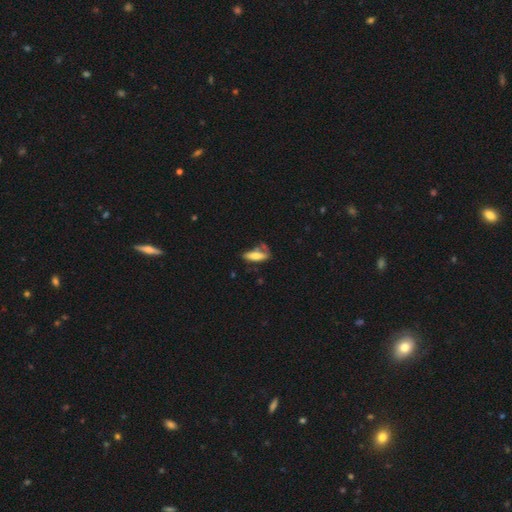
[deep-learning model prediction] Smooth or featured? smooth (68%)
How rounded? in between (51%)
Merging? none (51%)